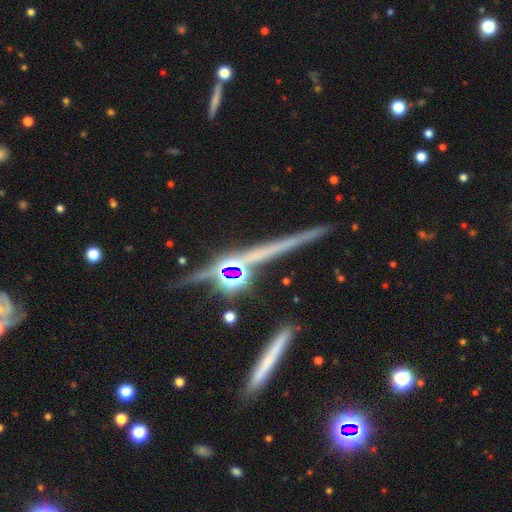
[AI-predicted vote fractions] The model was most divided on "smooth or featured": featured or disk: 62%, star or artifact: 20%, smooth: 18%. More confident: edge-on disk — yes (91%); edge-on bulge — none (72%); merging — none (70%).